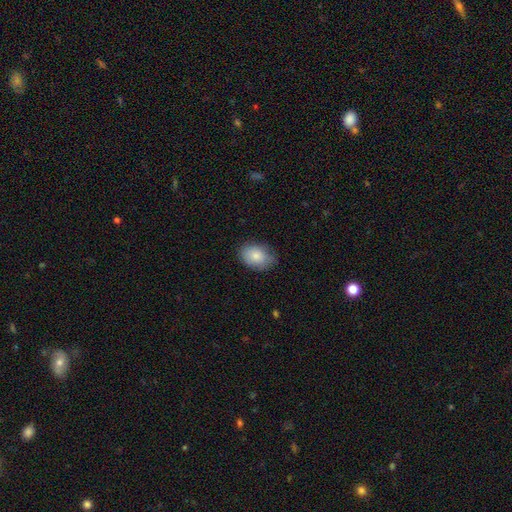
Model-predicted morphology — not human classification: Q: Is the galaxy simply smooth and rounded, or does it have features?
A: smooth — 83%.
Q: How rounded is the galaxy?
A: in between — 79%.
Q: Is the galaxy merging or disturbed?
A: none — 73%.